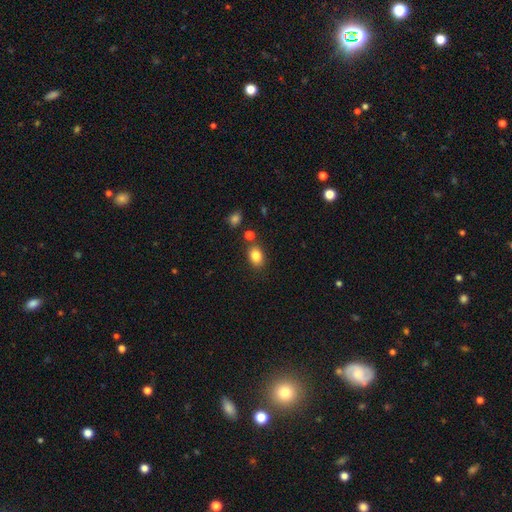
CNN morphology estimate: A smooth galaxy with no disk features (84%) that is in between round and cigar-shaped (74%). Merging: none (77%).